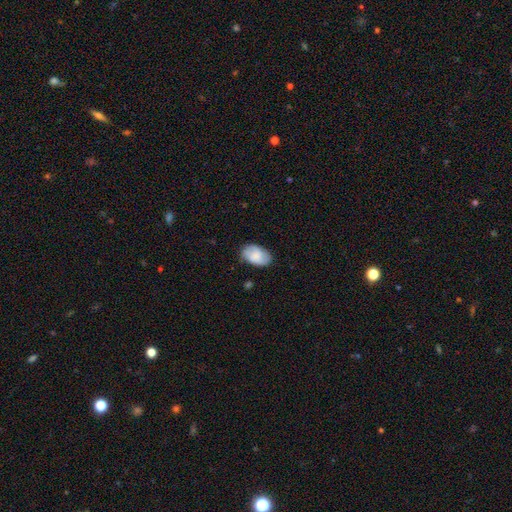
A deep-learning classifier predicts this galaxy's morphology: A smooth galaxy with no disk features (72%) that is in between round and cigar-shaped (91%). Merging: none (74%).